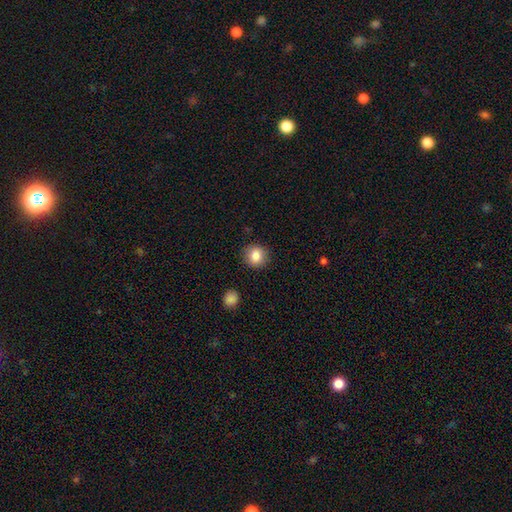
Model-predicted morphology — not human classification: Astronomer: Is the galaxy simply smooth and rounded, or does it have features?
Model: smooth — 84%.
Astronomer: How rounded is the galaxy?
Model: round — 89%.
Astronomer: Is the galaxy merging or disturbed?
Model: none — 89%.